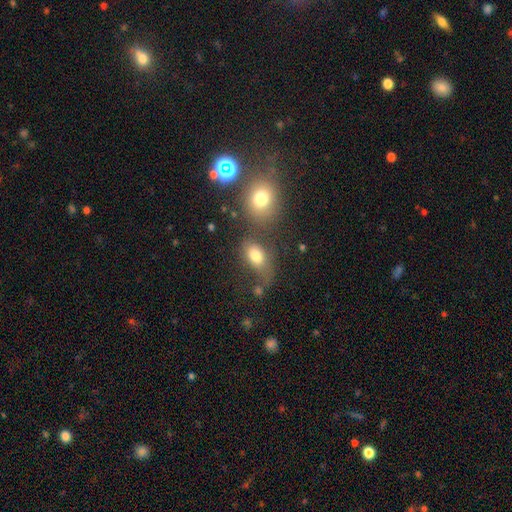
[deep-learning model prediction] Q: Smooth or featured?
A: smooth (77%); runner-up: star or artifact (12%)
Q: How rounded?
A: in between (80%); runner-up: round (17%)
Q: Merging?
A: none (43%); runner-up: merger (27%)